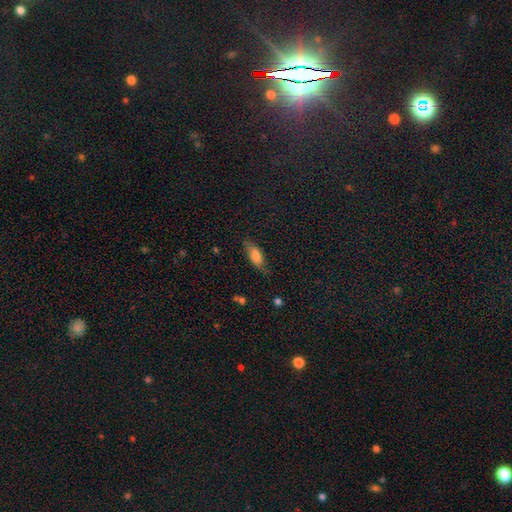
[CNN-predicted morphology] smooth_or_featured: smooth (p=0.78) [alt: featured or disk p=0.14]
how_rounded: in between (p=0.79) [alt: cigar-shaped p=0.18]
merging: none (p=0.72) [alt: minor disturbance p=0.21]